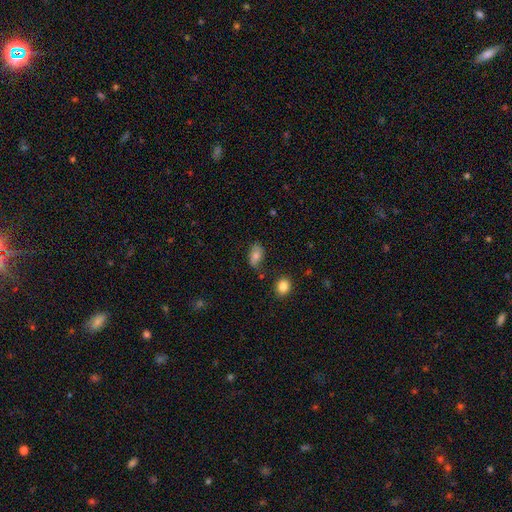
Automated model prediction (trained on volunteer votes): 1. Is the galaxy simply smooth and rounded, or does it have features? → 75% smooth, 16% featured or disk, 10% star or artifact.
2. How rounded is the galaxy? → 86% in between, 12% round, 2% cigar-shaped.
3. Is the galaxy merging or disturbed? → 64% none, 25% minor disturbance, 7% major disturbance, 4% merger.